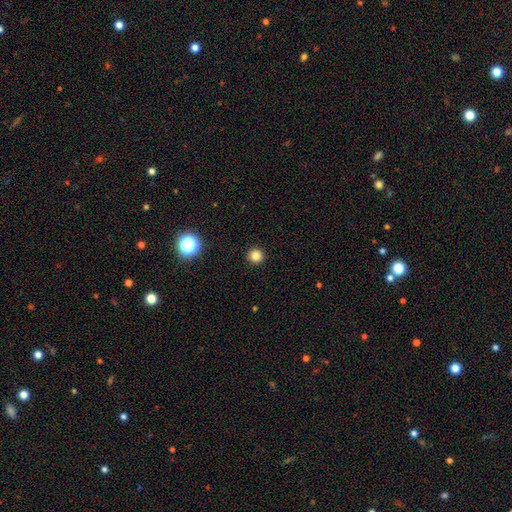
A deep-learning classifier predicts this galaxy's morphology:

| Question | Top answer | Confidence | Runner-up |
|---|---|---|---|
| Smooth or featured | smooth | 82% | star or artifact (14%) |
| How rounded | round | 96% | in between (3%) |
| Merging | none | 94% | minor disturbance (4%) |